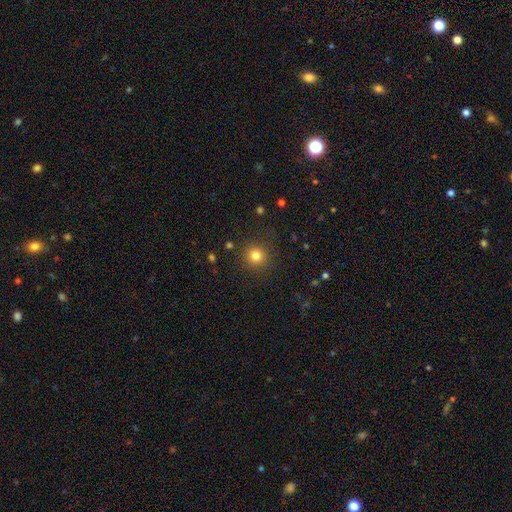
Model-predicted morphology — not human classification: This is clearly a smooth galaxy (80%). How rounded: clearly round (93%). Merging: clearly none (88%).